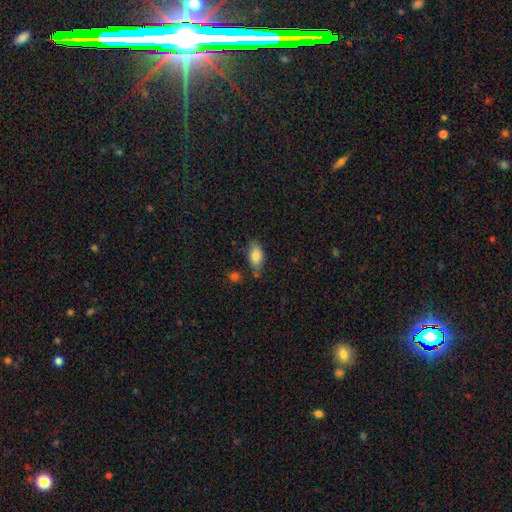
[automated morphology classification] A smooth galaxy with no disk features (83%) that is in between round and cigar-shaped (92%).

Vote fractions:
- Smooth or featured? smooth: 83% / featured or disk: 10% / star or artifact: 7%
- How rounded? in between: 92% / round: 4% / cigar-shaped: 4%
- Merging? none: 71% / minor disturbance: 18% / merger: 7% / major disturbance: 4%